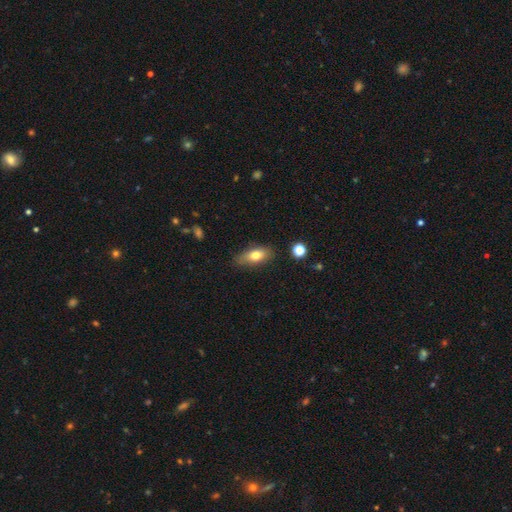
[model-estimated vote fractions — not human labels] smooth_or_featured: smooth (p=0.73) [alt: featured or disk p=0.19]
how_rounded: in between (p=0.78) [alt: cigar-shaped p=0.16]
merging: none (p=0.81) [alt: minor disturbance p=0.14]